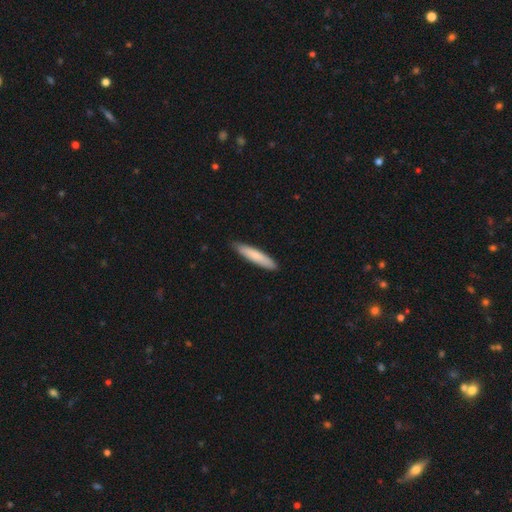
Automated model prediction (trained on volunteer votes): Q: Smooth or featured?
A: smooth (80%); runner-up: featured or disk (15%)
Q: How rounded?
A: cigar-shaped (87%); runner-up: in between (12%)
Q: Merging?
A: none (86%); runner-up: minor disturbance (11%)